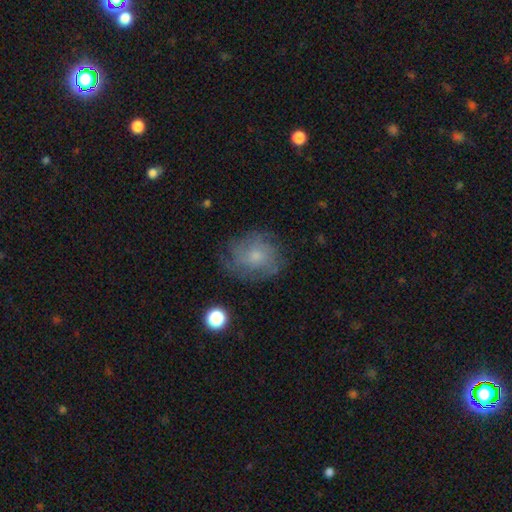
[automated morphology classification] Q: Smooth or featured?
A: featured or disk (49%); runner-up: smooth (40%)
Q: Merging?
A: none (67%); runner-up: minor disturbance (20%)